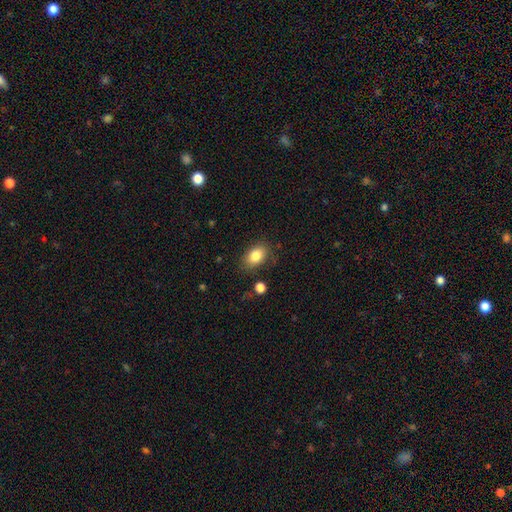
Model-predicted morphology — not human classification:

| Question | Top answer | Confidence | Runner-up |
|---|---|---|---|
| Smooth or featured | smooth | 83% | star or artifact (8%) |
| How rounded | in between | 85% | round (13%) |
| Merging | none | 80% | minor disturbance (14%) |